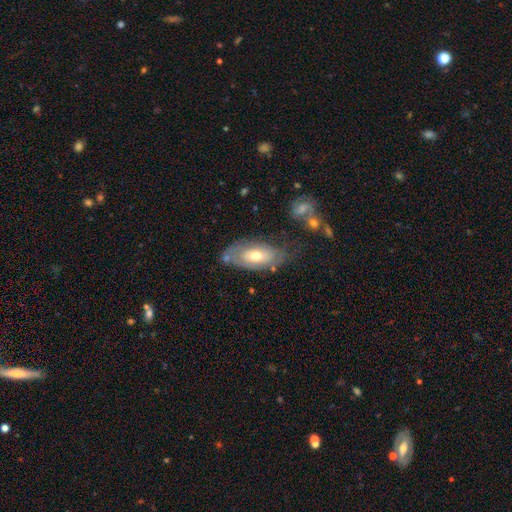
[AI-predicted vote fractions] smooth_or_featured: featured or disk (p=0.48) [alt: smooth p=0.45]
merging: none (p=0.59) [alt: minor disturbance p=0.24]